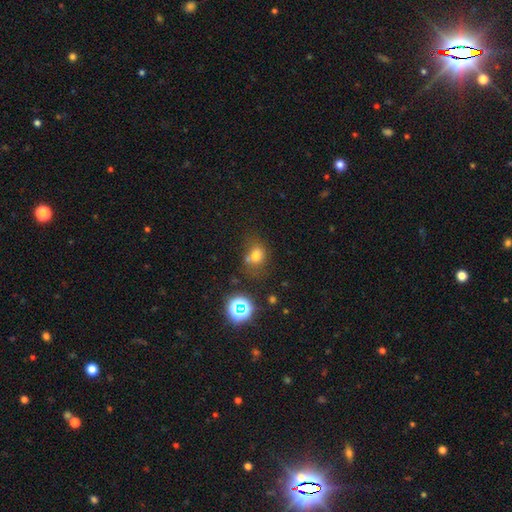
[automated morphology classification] smooth-or-featured: smooth: 67% | star or artifact: 21% | featured or disk: 12%
  how-rounded: round: 58% | in between: 41% | cigar-shaped: 1%
  merging: none: 50% | merger: 21% | minor disturbance: 20% | major disturbance: 10%